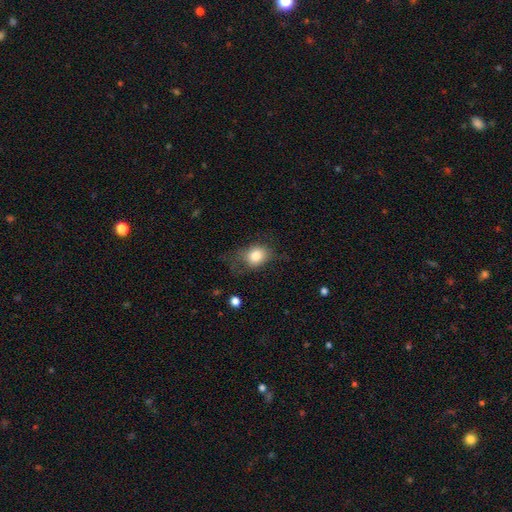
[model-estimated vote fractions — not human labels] Smooth or featured? Predicted: smooth (p=0.78). How rounded? Predicted: round (p=0.52). Merging? Predicted: none (p=0.48).